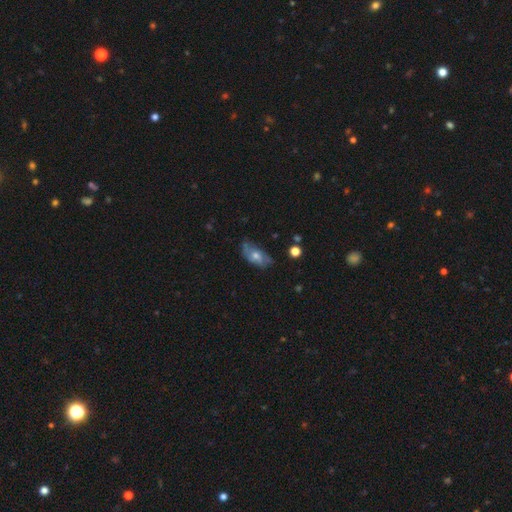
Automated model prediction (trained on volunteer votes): This appears to be a smooth galaxy with no disk features (46%). Merging: none (57%).